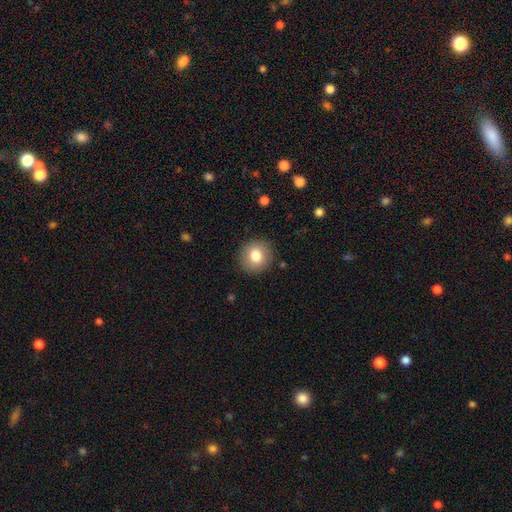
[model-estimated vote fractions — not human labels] Q: Smooth or featured?
A: smooth (81%); runner-up: featured or disk (10%)
Q: How rounded?
A: round (89%); runner-up: in between (10%)
Q: Merging?
A: none (90%); runner-up: minor disturbance (7%)